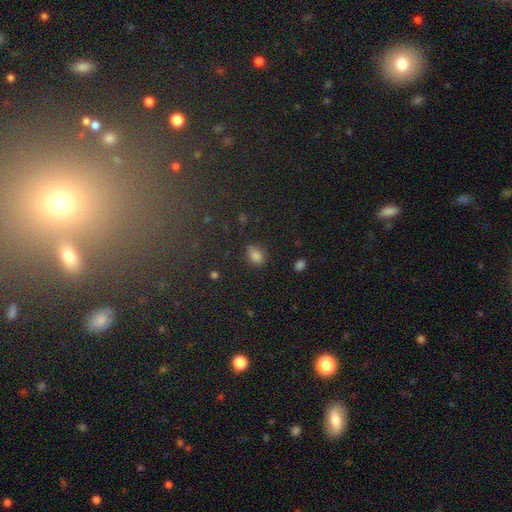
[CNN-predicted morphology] Smooth or featured? Predicted: smooth (p=0.79). How rounded? Predicted: in between (p=0.62). Merging? Predicted: none (p=0.66).